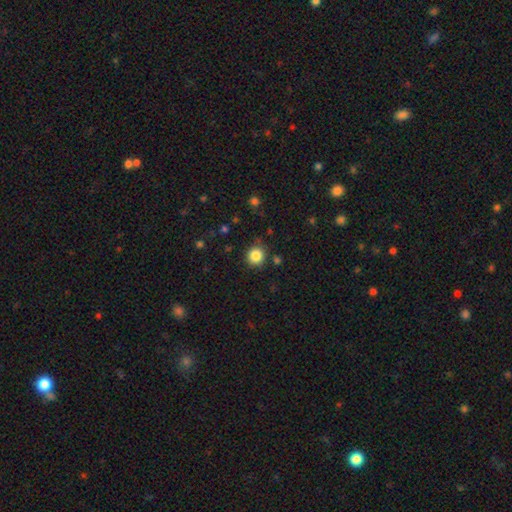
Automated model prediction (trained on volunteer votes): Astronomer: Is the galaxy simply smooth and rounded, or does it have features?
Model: smooth — 84%.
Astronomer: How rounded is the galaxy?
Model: round — 92%.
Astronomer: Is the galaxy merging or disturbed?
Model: none — 86%.